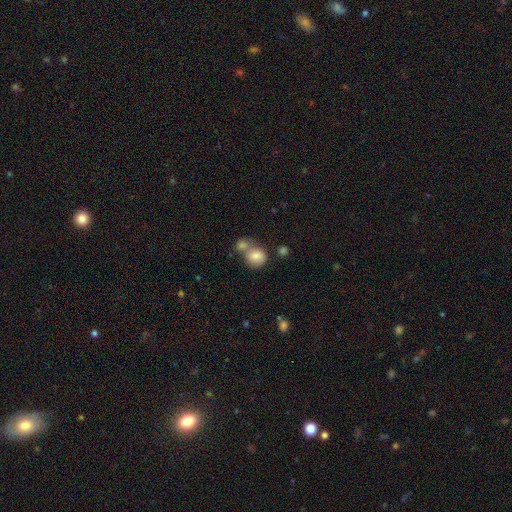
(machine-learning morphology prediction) Smooth or featured? Predicted: smooth (p=0.82). How rounded? Predicted: round (p=0.75). Merging? Predicted: merger (p=0.48).